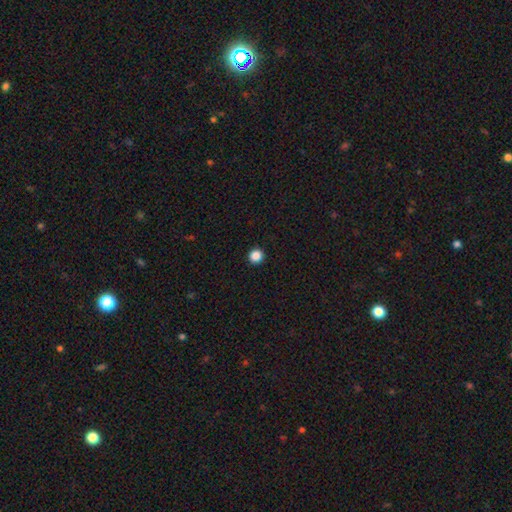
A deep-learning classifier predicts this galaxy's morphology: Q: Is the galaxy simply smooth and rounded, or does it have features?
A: smooth — 87%.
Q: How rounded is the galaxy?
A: round — 96%.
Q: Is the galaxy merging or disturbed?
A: none — 94%.